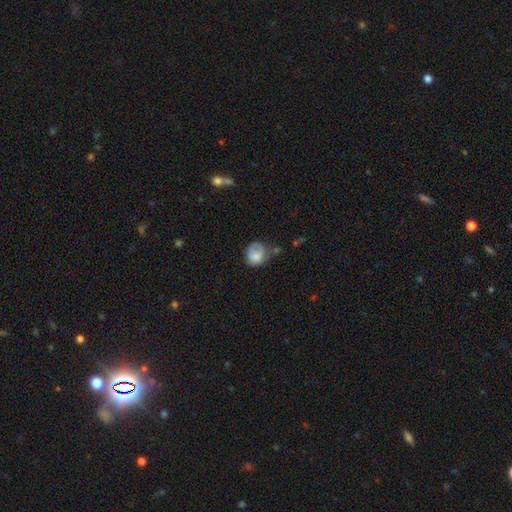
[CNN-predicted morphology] This appears to be a smooth galaxy with no disk features (70%) that is round (67%). Merging: none (38%).